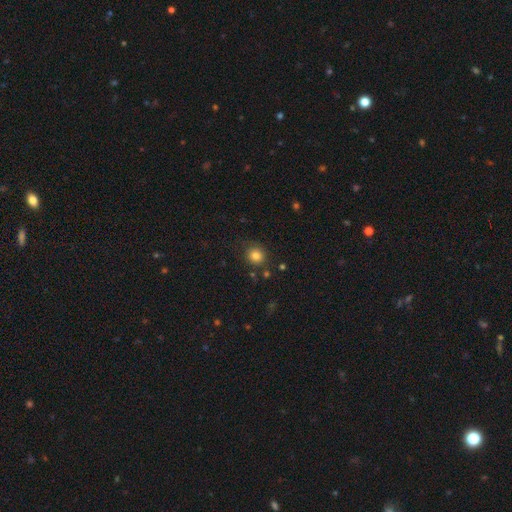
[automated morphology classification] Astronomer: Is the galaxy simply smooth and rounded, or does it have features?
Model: smooth — 82%.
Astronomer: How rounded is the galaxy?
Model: round — 87%.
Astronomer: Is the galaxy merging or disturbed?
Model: none — 82%.